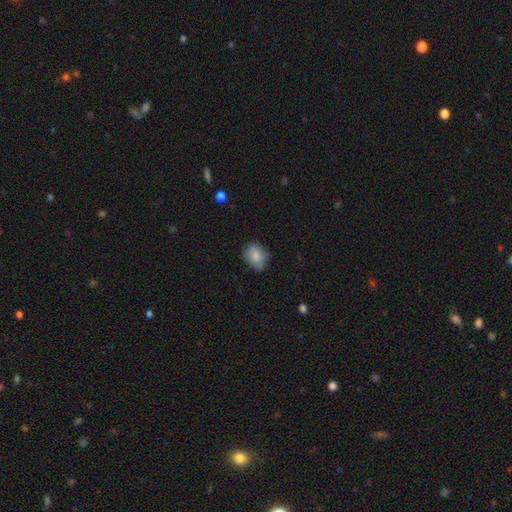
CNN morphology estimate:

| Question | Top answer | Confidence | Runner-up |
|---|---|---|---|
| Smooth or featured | smooth | 81% | featured or disk (11%) |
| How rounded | in between | 69% | round (30%) |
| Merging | none | 70% | minor disturbance (24%) |